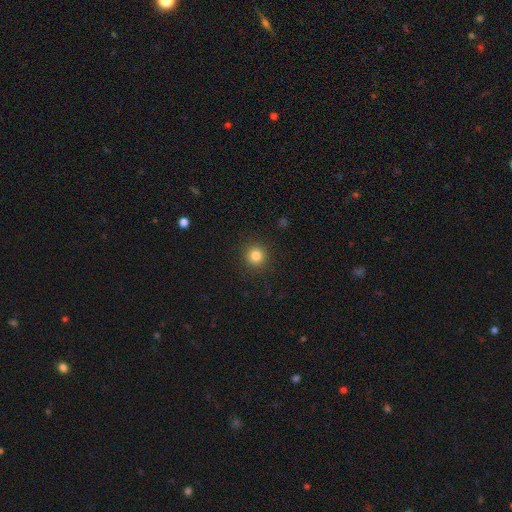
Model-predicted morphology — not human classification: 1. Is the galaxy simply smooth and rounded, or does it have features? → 82% smooth, 12% star or artifact, 5% featured or disk.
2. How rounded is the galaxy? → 94% round, 5% in between, 1% cigar-shaped.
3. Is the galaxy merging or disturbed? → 91% none, 5% minor disturbance, 2% major disturbance, 1% merger.